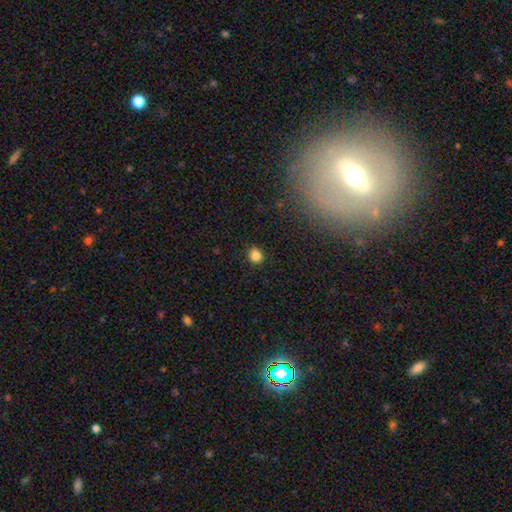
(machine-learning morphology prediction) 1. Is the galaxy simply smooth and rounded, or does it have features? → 84% smooth, 12% star or artifact, 4% featured or disk.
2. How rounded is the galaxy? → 77% round, 22% in between, 1% cigar-shaped.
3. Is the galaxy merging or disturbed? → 87% none, 10% minor disturbance, 2% major disturbance, 1% merger.